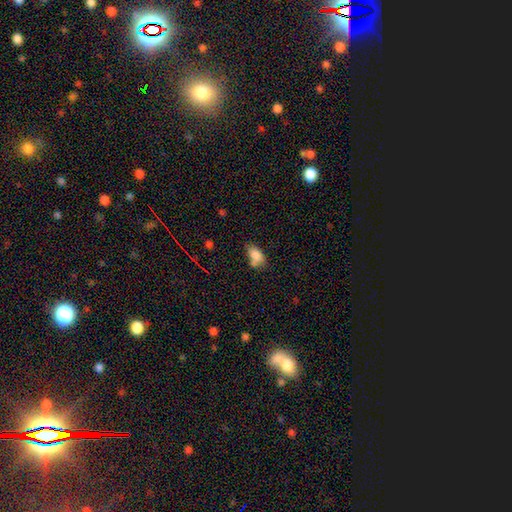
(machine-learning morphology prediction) Q: Smooth or featured?
A: smooth (80%); runner-up: star or artifact (10%)
Q: How rounded?
A: in between (87%); runner-up: round (10%)
Q: Merging?
A: none (42%); runner-up: minor disturbance (27%)